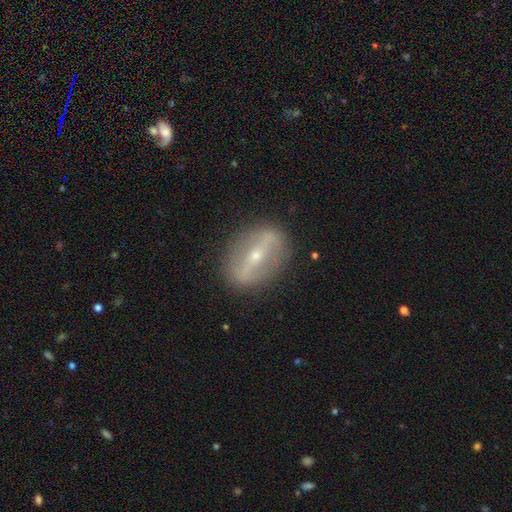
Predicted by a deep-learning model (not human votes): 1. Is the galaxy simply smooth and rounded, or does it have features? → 75% featured or disk, 17% smooth, 7% star or artifact.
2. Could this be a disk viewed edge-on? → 73% no, 27% yes.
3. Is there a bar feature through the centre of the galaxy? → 78% strong, 14% weak, 8% no.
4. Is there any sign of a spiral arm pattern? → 74% no, 26% yes.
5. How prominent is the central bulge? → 66% small, 30% moderate, 1% large, 1% dominant, 1% none.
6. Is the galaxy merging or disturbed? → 85% none, 10% minor disturbance, 4% major disturbance, 1% merger.